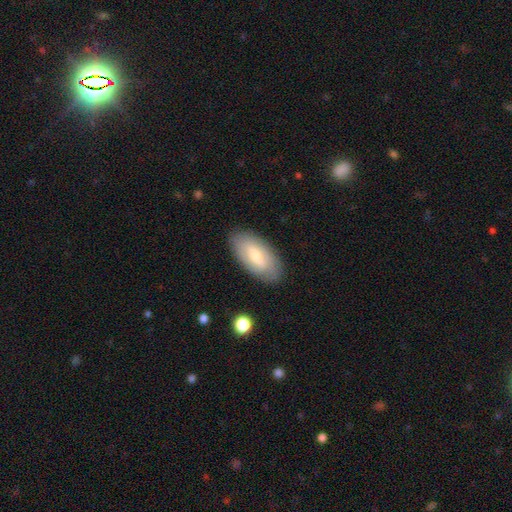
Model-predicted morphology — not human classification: smooth_or_featured: smooth (p=0.58) [alt: featured or disk p=0.36]
how_rounded: in between (p=0.91) [alt: cigar-shaped p=0.07]
merging: none (p=0.85) [alt: minor disturbance p=0.11]